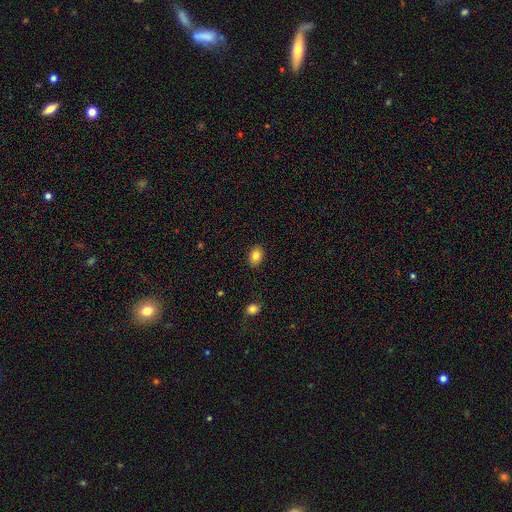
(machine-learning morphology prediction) A smooth galaxy with no disk features (85%) that is in between round and cigar-shaped (79%). Merging: none (88%).